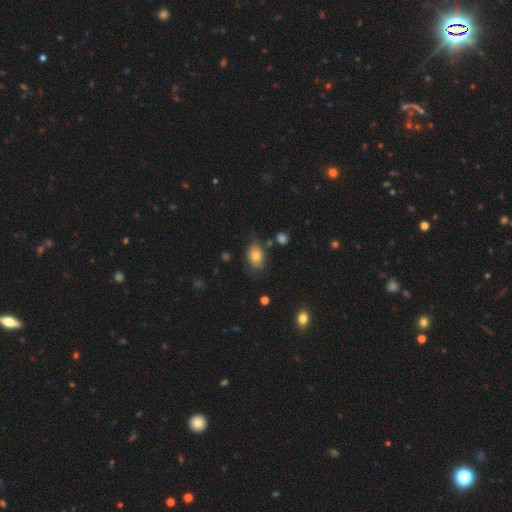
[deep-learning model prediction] This appears to be a smooth galaxy with no disk features (77%) that is in between round and cigar-shaped (83%). Merging: none (68%).